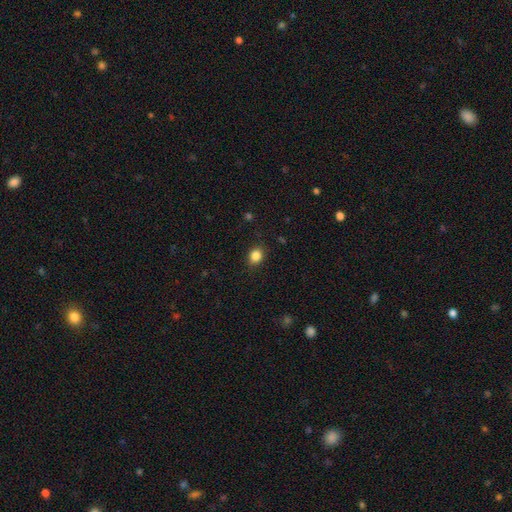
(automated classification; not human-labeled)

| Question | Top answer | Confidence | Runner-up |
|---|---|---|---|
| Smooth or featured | smooth | 85% | star or artifact (11%) |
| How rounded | round | 63% | in between (36%) |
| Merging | none | 87% | minor disturbance (9%) |